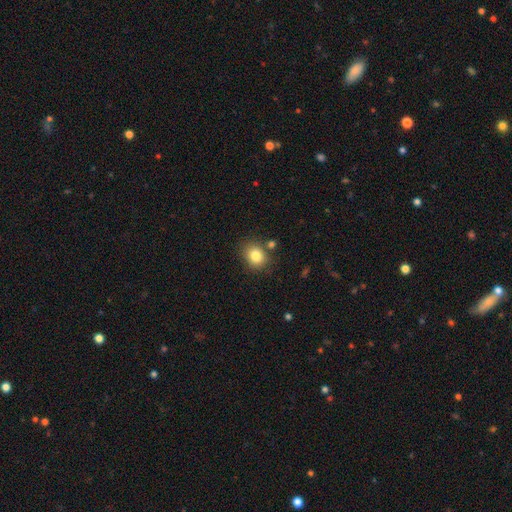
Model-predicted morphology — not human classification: A smooth galaxy with no disk features (83%) that is round (62%). Merging: none (77%).